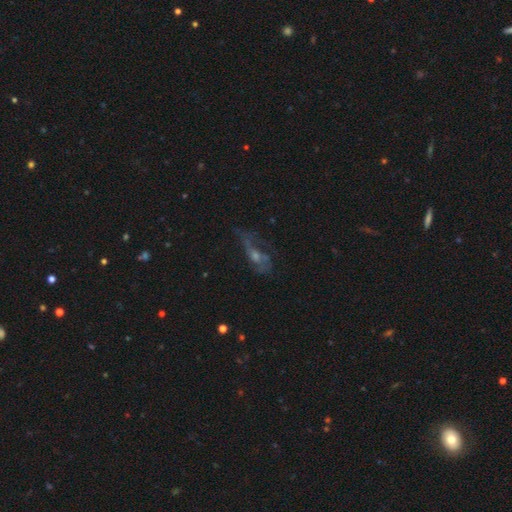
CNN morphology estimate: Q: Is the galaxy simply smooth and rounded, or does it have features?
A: featured or disk — 59%.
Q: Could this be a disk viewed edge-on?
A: no — 81%.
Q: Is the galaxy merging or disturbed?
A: none — 45%.